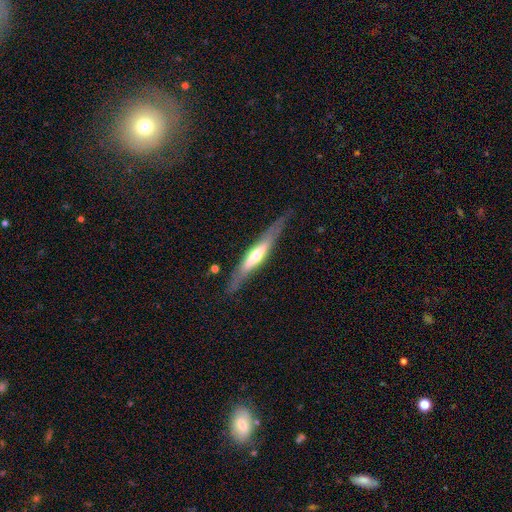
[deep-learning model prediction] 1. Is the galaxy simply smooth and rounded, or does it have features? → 60% featured or disk, 35% smooth, 5% star or artifact.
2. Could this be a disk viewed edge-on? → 88% yes, 12% no.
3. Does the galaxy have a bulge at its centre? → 72% rounded, 18% none, 10% boxy.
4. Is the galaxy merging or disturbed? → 77% none, 16% minor disturbance, 5% major disturbance, 2% merger.